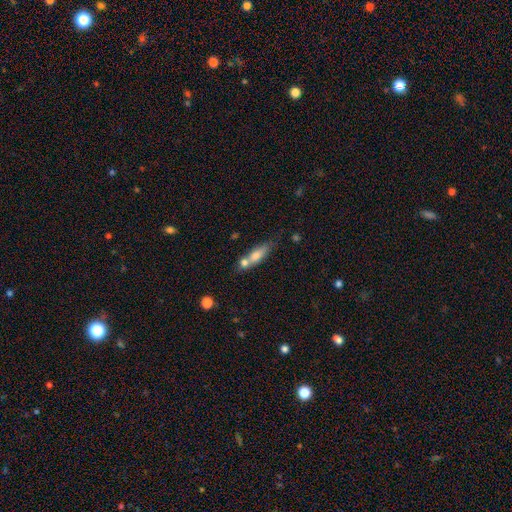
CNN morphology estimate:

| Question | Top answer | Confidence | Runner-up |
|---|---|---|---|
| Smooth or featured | smooth | 65% | featured or disk (27%) |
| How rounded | cigar-shaped | 53% | in between (42%) |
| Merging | none | 43% | merger (38%) |